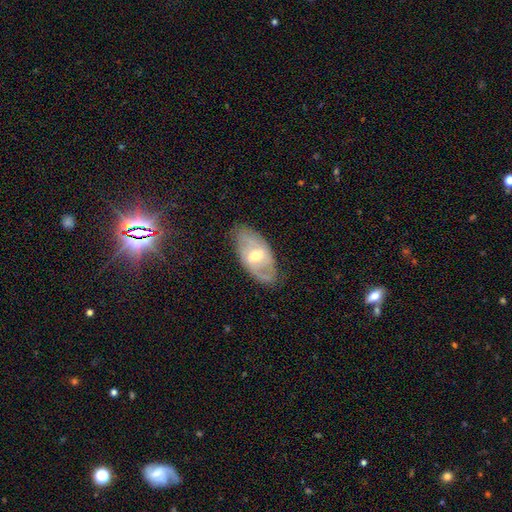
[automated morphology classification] A featured or disk galaxy (68%) with a weak bar (49%), spiral arms (73%) and a moderate central bulge (56%).

Vote fractions:
- Smooth or featured? featured or disk: 68% / smooth: 26% / star or artifact: 6%
- Edge-on disk? no: 90% / yes: 10%
- Bar? weak: 49% / no: 30% / strong: 21%
- Spiral arms? yes: 73% / no: 27%
- Bulge size? moderate: 56% / small: 39% / large: 3% / none: 1% / dominant: 1%
- Merging? none: 75% / minor disturbance: 18% / major disturbance: 6% / merger: 1%